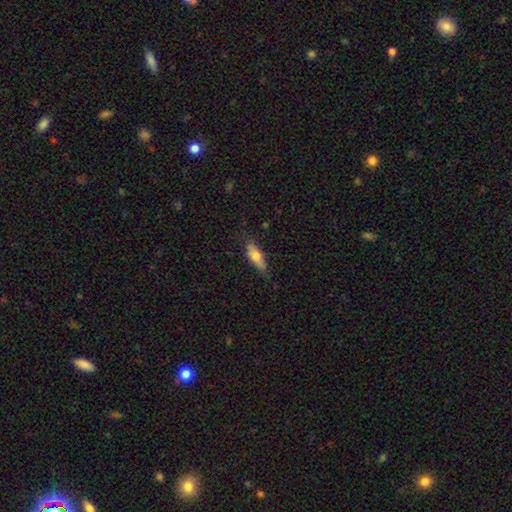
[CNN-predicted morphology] Smooth or featured? Predicted: smooth (p=0.67). How rounded? Predicted: in between (p=0.62). Merging? Predicted: none (p=0.73).